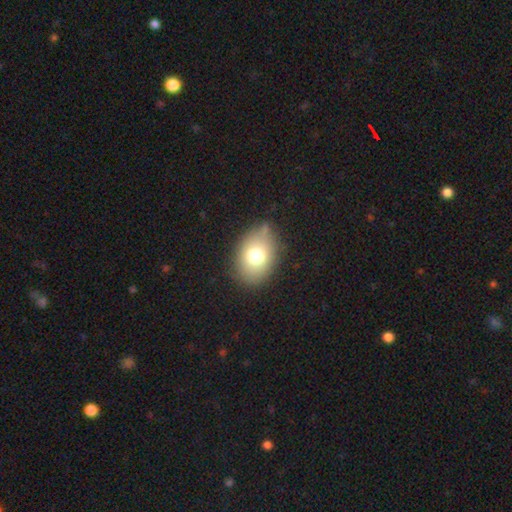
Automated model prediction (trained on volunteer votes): smooth-or-featured: smooth: 73% | featured or disk: 17% | star or artifact: 11%
  how-rounded: in between: 70% | round: 28% | cigar-shaped: 1%
  merging: none: 74% | minor disturbance: 18% | major disturbance: 5% | merger: 2%